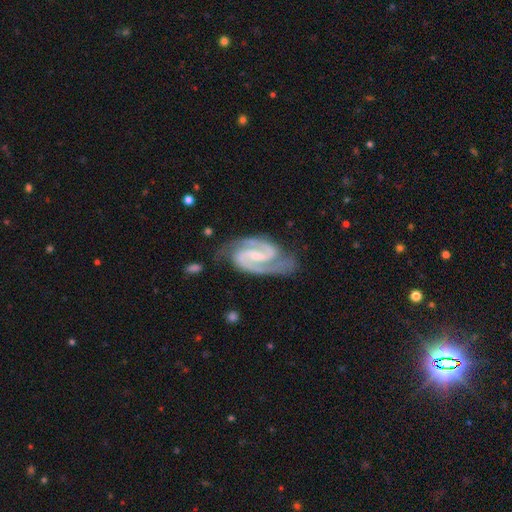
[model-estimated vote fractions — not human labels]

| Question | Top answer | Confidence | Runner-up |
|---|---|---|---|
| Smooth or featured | featured or disk | 93% | star or artifact (4%) |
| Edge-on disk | no | 98% | yes (2%) |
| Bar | weak | 44% | strong (39%) |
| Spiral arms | yes | 99% | no (1%) |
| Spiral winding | medium | 56% | tight (36%) |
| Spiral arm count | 2 | 94% | can't tell (2%) |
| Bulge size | small | 48% | none (28%) |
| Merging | none | 76% | minor disturbance (17%) |